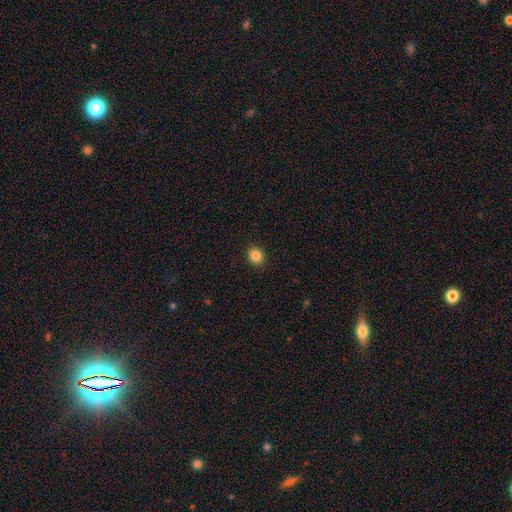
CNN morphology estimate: Q: Smooth or featured?
A: smooth (85%); runner-up: star or artifact (11%)
Q: How rounded?
A: round (76%); runner-up: in between (23%)
Q: Merging?
A: none (91%); runner-up: minor disturbance (6%)